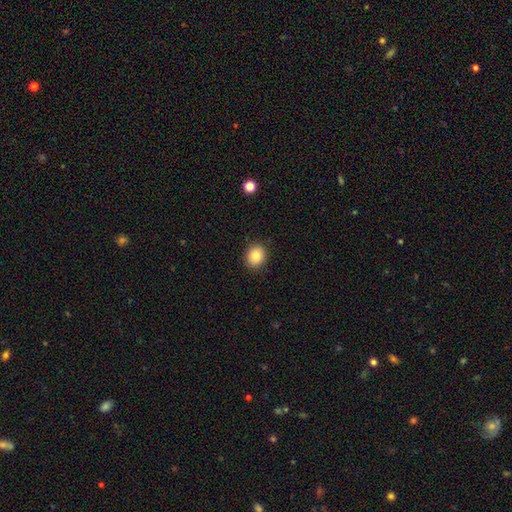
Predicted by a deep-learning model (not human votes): Morphology: type=smooth (84%); roundness=round (73%); merging=none (89%).